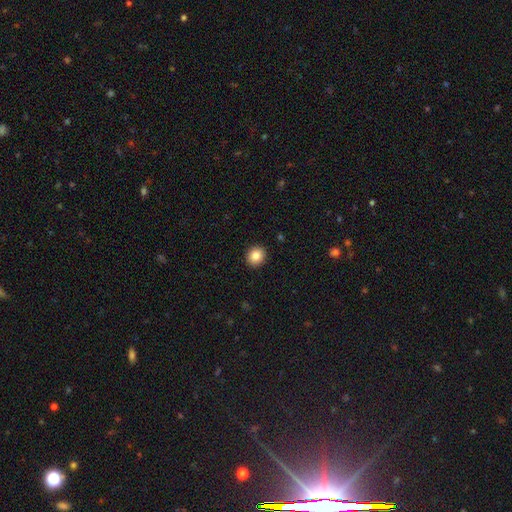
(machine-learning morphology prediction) Q: Smooth or featured?
A: smooth (84%); runner-up: star or artifact (10%)
Q: How rounded?
A: round (83%); runner-up: in between (16%)
Q: Merging?
A: none (92%); runner-up: minor disturbance (5%)